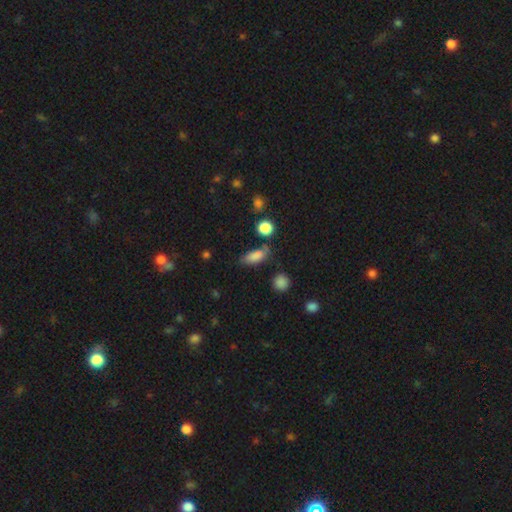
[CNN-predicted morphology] Smooth or featured? smooth (81%)
How rounded? in between (76%)
Merging? none (67%)